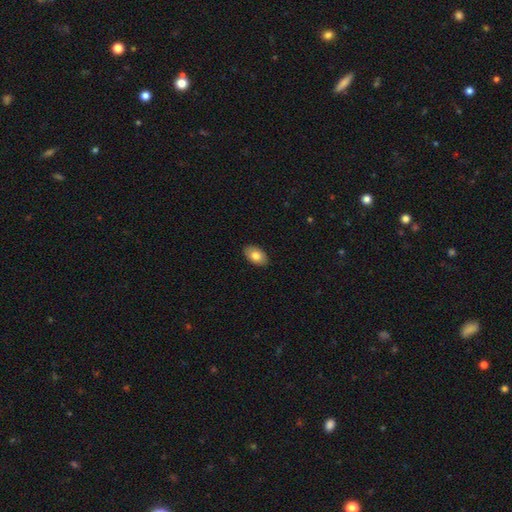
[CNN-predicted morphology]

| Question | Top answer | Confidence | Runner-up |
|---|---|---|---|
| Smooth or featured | smooth | 81% | featured or disk (13%) |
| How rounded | in between | 92% | round (7%) |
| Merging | none | 88% | minor disturbance (9%) |